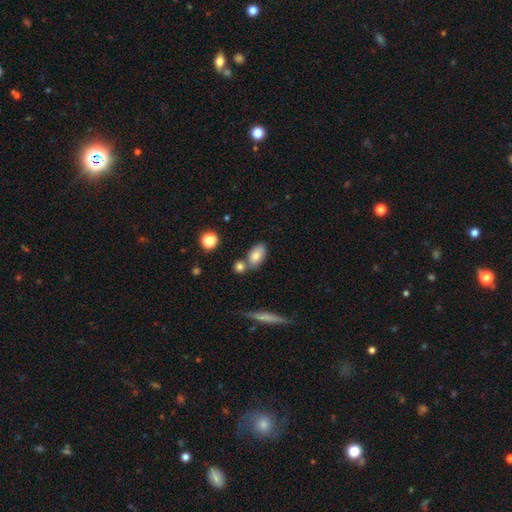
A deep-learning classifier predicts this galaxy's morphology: A smooth galaxy with no disk features (80%) that is in between round and cigar-shaped (88%). Merging: none (55%).